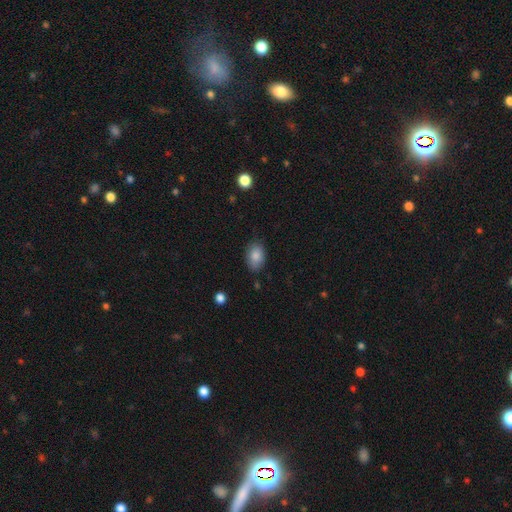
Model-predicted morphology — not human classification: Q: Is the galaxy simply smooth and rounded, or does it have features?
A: smooth — 86%.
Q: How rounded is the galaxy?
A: in between — 87%.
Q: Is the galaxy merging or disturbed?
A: none — 81%.